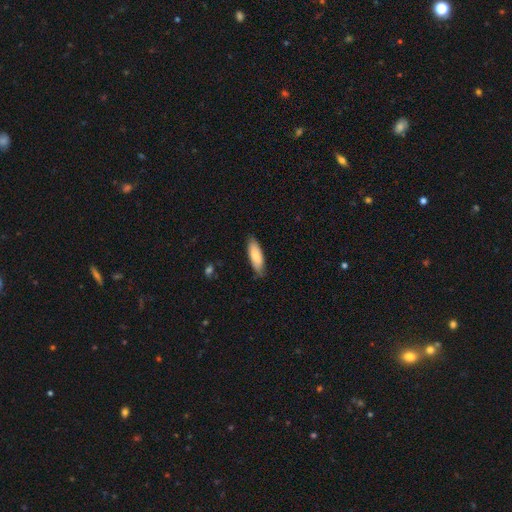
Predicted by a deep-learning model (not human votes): smooth 81%, featured or disk 13%, star or artifact 6%. Down the decision tree: how rounded — in between (59%); merging — none (79%).